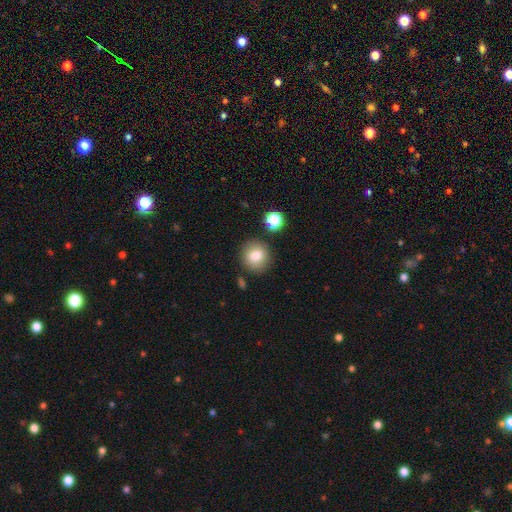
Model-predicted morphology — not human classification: This is clearly a smooth galaxy (80%). How rounded: clearly round (87%). Merging: clearly none (84%).